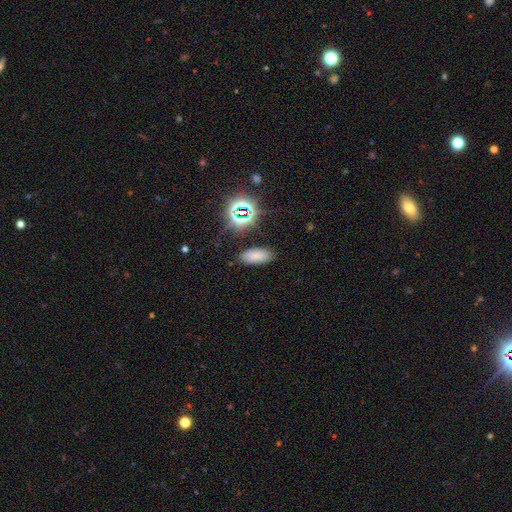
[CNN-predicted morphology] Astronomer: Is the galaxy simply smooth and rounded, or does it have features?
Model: smooth — 72%.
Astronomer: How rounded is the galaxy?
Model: in between — 87%.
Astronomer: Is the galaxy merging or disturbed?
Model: none — 85%.